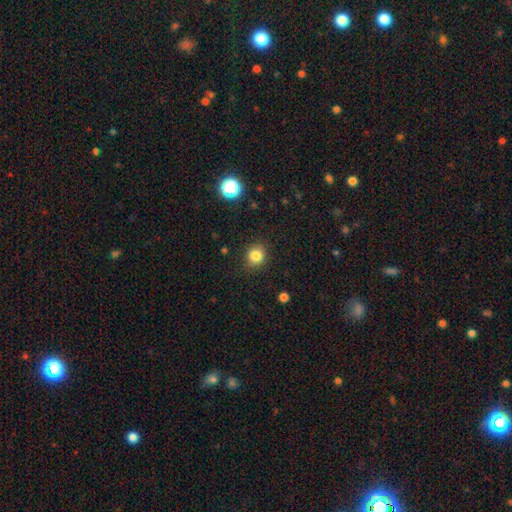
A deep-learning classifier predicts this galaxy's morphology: smooth-or-featured: smooth: 83% | star or artifact: 12% | featured or disk: 5%
  how-rounded: round: 84% | in between: 15% | cigar-shaped: 1%
  merging: none: 88% | minor disturbance: 8% | major disturbance: 3% | merger: 1%